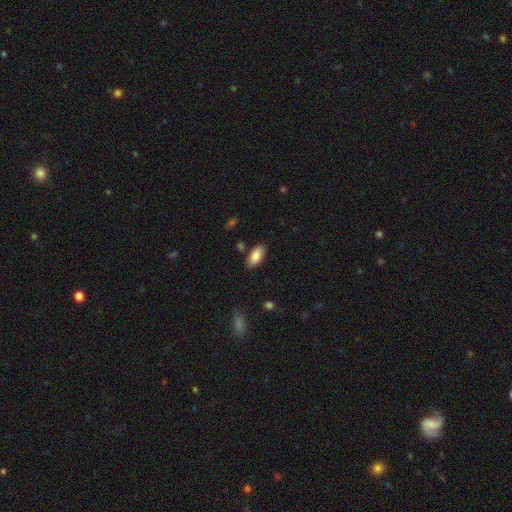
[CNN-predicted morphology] type=smooth (85%); roundness=in between (88%); merging=none (85%).